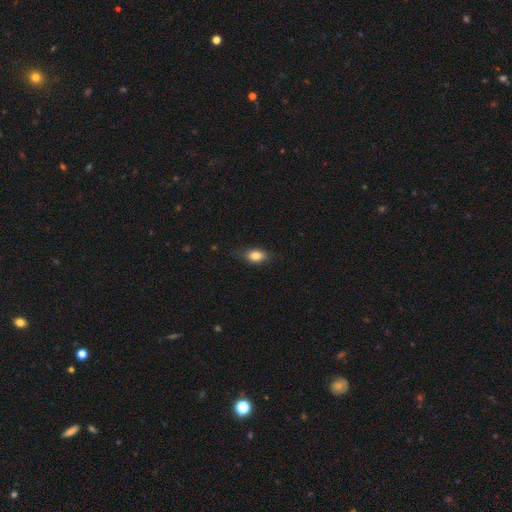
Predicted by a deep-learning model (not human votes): smooth_or_featured: smooth (p=0.81) [alt: featured or disk p=0.11]
how_rounded: in between (p=0.84) [alt: round p=0.09]
merging: none (p=0.76) [alt: minor disturbance p=0.18]